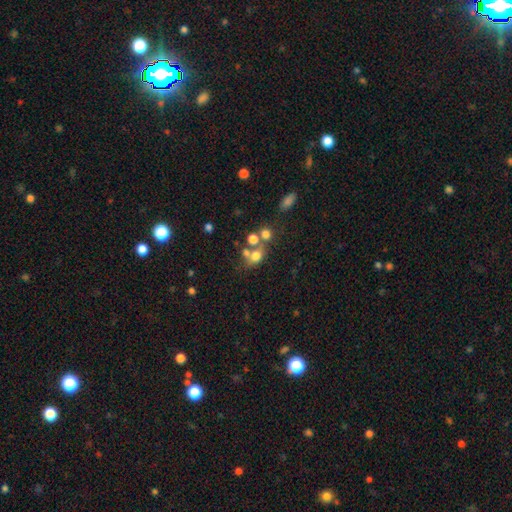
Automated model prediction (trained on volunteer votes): The model was most divided on "merging" (2-way tie): merger: 40%, none: 40%, minor disturbance: 12%, major disturbance: 8%. More confident: smooth or featured — smooth (66%); how rounded — round (55%).